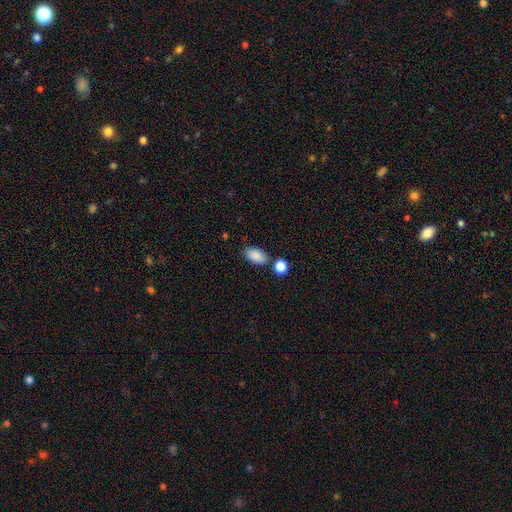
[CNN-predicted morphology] Smooth or featured?
  - smooth: 88% *
  - star or artifact: 7%
  - featured or disk: 4%
How rounded?
  - in between: 93% *
  - round: 6%
  - cigar-shaped: 2%
Merging?
  - none: 76% *
  - minor disturbance: 12%
  - merger: 8%
  - major disturbance: 3%